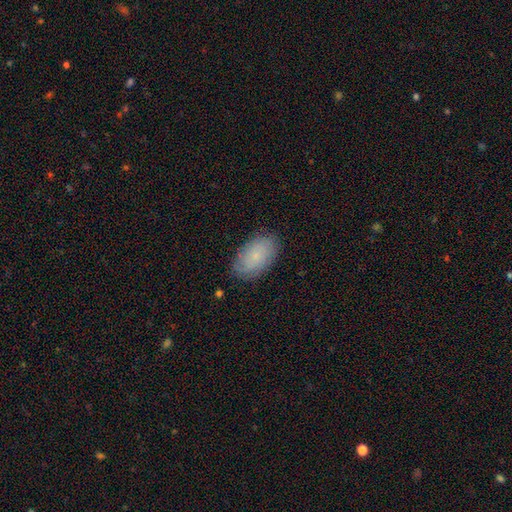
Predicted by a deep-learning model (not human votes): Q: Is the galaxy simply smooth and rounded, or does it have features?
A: smooth — 66%.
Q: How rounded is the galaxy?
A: in between — 93%.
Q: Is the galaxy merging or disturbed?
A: none — 81%.